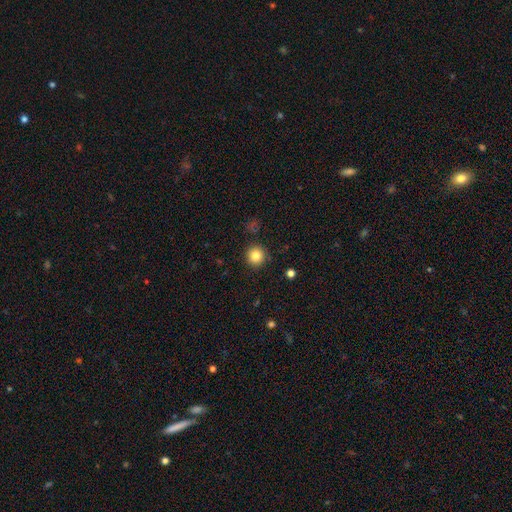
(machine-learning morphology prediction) smooth-or-featured: smooth: 84% | star or artifact: 11% | featured or disk: 6%
  how-rounded: round: 94% | in between: 5% | cigar-shaped: 1%
  merging: none: 90% | minor disturbance: 6% | major disturbance: 2% | merger: 1%